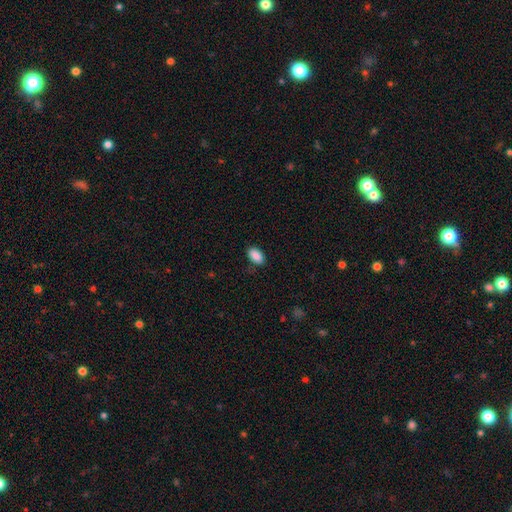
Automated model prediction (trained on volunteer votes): Smooth or featured: smooth — 90% (star or artifact — 8%)
How rounded: in between — 92% (round — 6%)
Merging: none — 82% (minor disturbance — 14%)